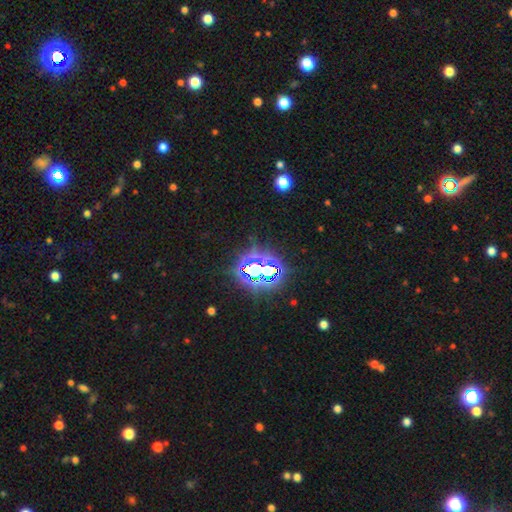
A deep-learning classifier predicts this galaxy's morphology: Q: Smooth or featured?
A: star or artifact (76%); runner-up: smooth (13%)